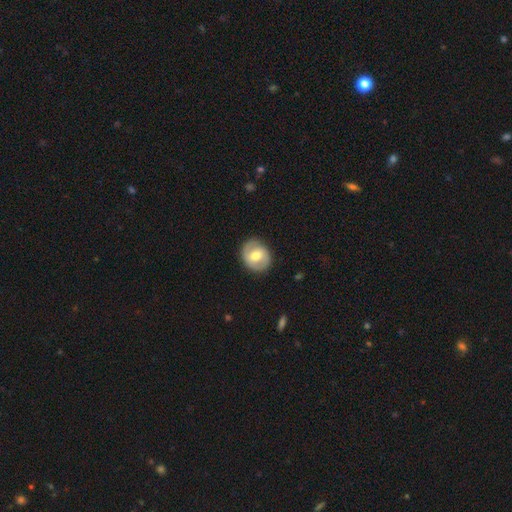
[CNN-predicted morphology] smooth_or_featured: featured or disk (p=0.49) [alt: smooth p=0.45]
merging: none (p=0.85) [alt: minor disturbance p=0.11]